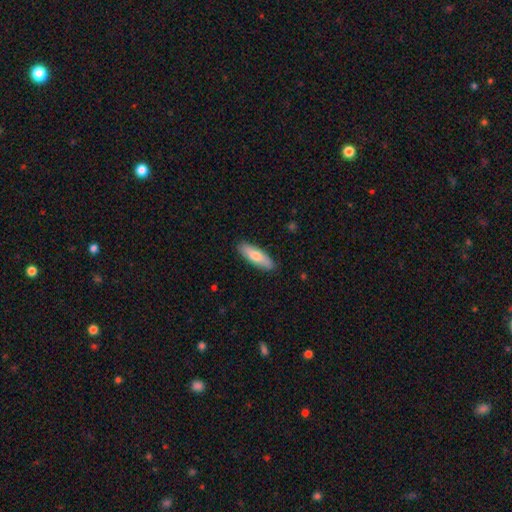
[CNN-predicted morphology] type=smooth (74%); roundness=in between (53%); merging=none (89%).